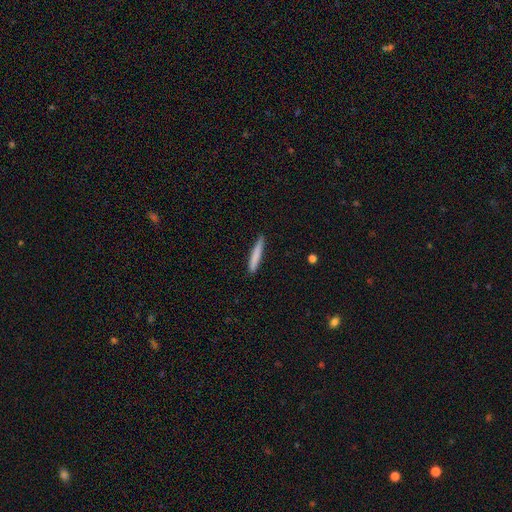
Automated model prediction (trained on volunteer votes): Smooth or featured? Predicted: smooth (p=0.78). How rounded? Predicted: cigar-shaped (p=0.95). Merging? Predicted: none (p=0.89).